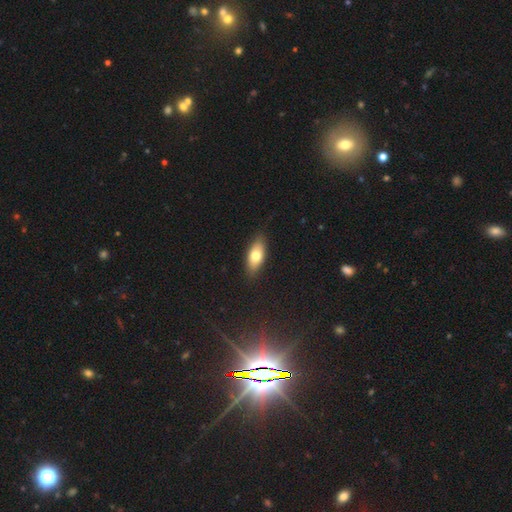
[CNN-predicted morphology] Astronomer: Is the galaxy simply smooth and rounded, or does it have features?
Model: smooth — 71%.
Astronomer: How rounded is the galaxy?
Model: in between — 83%.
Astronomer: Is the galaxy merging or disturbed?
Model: none — 86%.